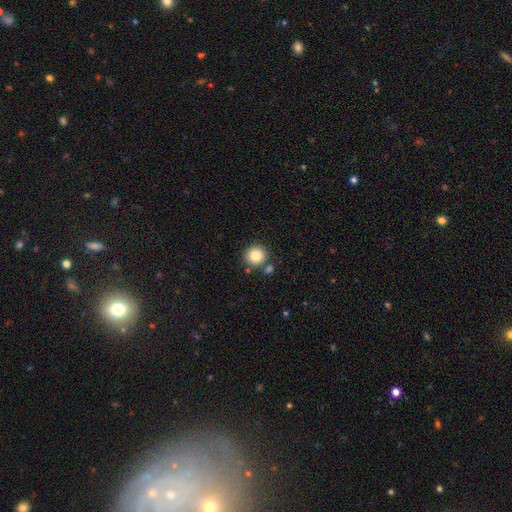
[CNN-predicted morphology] The model was most divided on "merging": none: 80%, merger: 10%, minor disturbance: 8%, major disturbance: 2%. More confident: how rounded — round (91%); smooth or featured — smooth (83%).